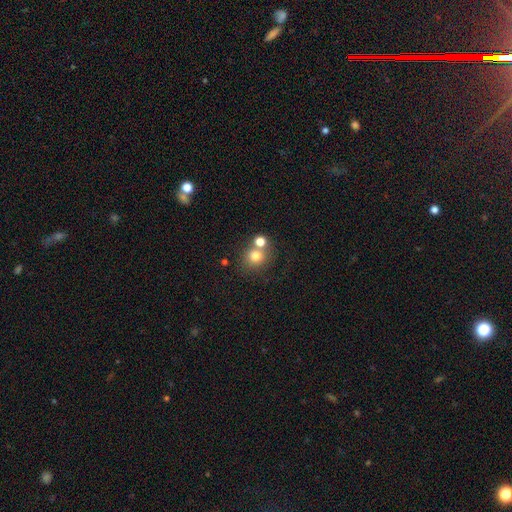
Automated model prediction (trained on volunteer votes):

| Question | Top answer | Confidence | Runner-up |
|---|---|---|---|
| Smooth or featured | smooth | 77% | star or artifact (14%) |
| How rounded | round | 84% | in between (15%) |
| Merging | none | 58% | merger (30%) |